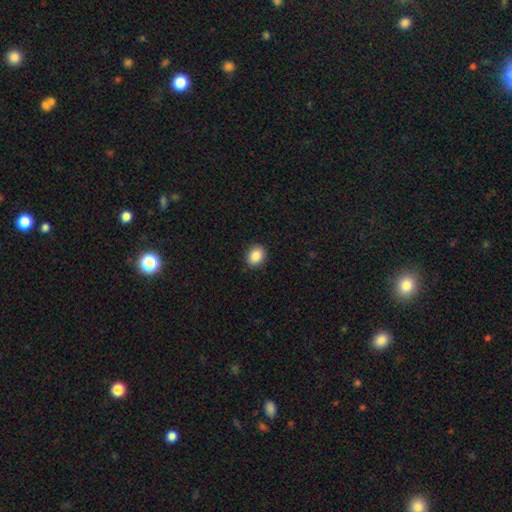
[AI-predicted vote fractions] Smooth or featured? Predicted: smooth (p=0.88). How rounded? Predicted: in between (p=0.54). Merging? Predicted: none (p=0.89).